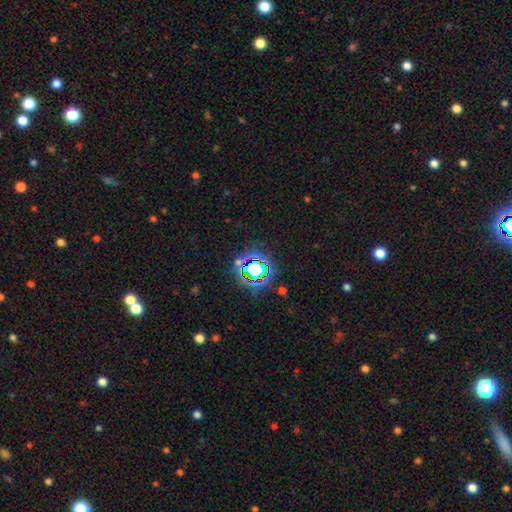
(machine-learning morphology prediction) The model was most divided on "smooth or featured": star or artifact: 79%, smooth: 13%, featured or disk: 8%.